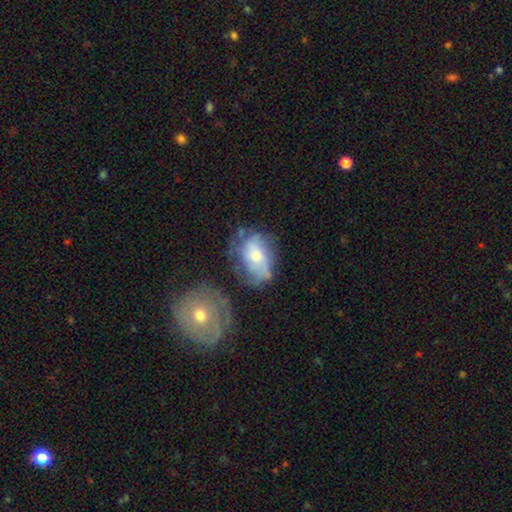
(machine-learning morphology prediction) This appears to be a featured or disk galaxy (54%) with no bar (72%), spiral arms (63%) and a moderate central bulge (53%). Merging: none (44%).